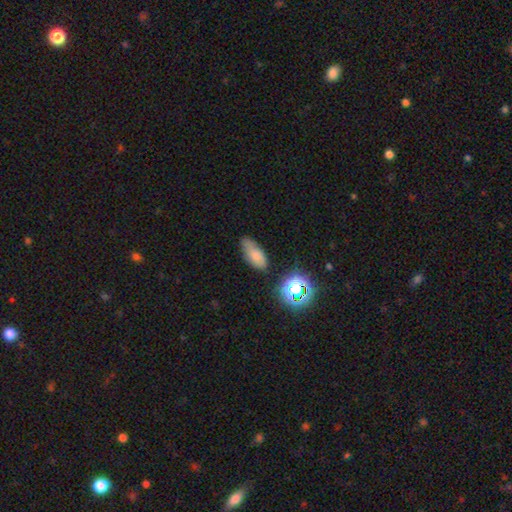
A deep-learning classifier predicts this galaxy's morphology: Overall: smooth (71%). How rounded: in between (86%). Merging: none (61%; minor disturbance 28%).